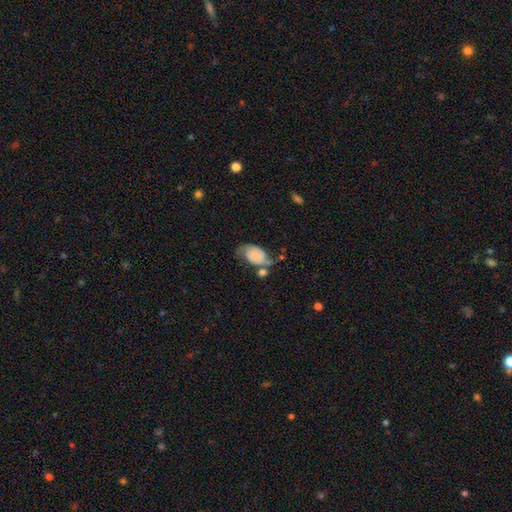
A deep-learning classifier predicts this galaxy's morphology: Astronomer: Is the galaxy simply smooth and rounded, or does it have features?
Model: smooth — 63%.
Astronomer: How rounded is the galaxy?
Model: in between — 86%.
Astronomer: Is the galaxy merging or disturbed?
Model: none — 34% (runner-up: minor disturbance, 29%).